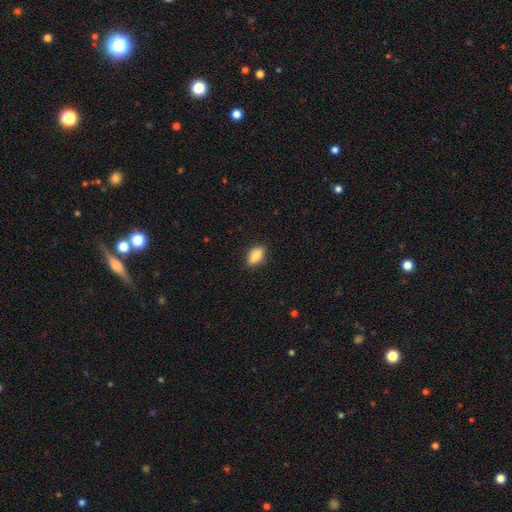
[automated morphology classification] A smooth galaxy with no disk features (85%) that is in between round and cigar-shaped (87%).

Vote fractions:
- Smooth or featured? smooth: 85% / featured or disk: 7% / star or artifact: 7%
- How rounded? in between: 87% / cigar-shaped: 8% / round: 5%
- Merging? none: 85% / minor disturbance: 11% / major disturbance: 2% / merger: 1%